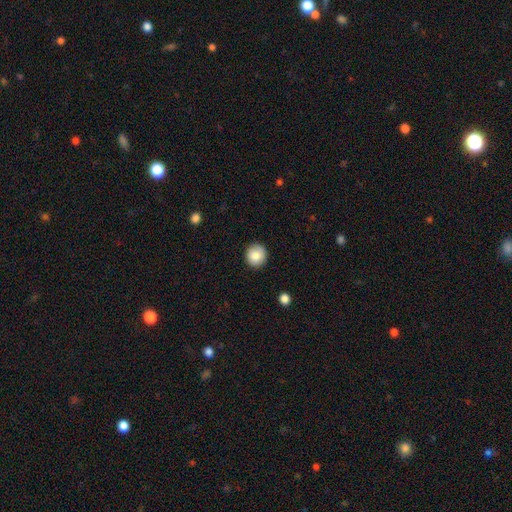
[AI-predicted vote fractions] smooth-or-featured: smooth: 86% | star or artifact: 8% | featured or disk: 6%
  how-rounded: round: 89% | in between: 10% | cigar-shaped: 1%
  merging: none: 88% | minor disturbance: 9% | major disturbance: 2% | merger: 1%